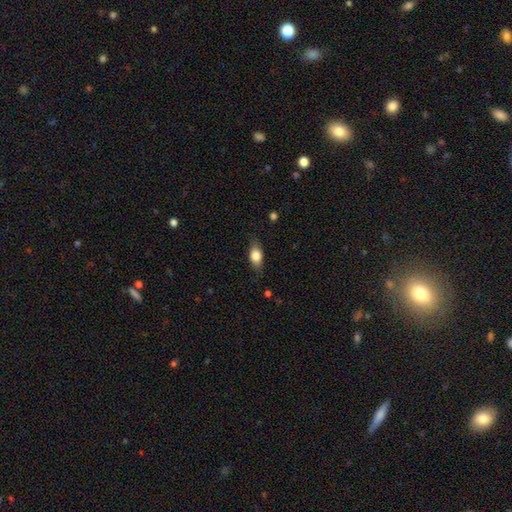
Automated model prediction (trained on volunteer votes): Smooth or featured: smooth — 78% (featured or disk — 15%)
How rounded: in between — 82% (round — 9%)
Merging: none — 79% (minor disturbance — 16%)